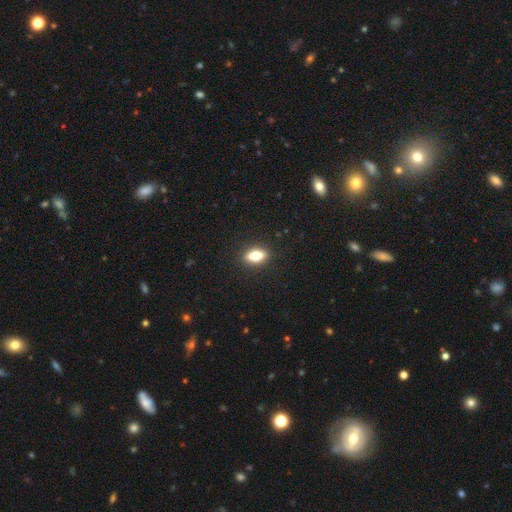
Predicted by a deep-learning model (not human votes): Overall: smooth (68%). How rounded: in between (75%). Merging: none (89%).